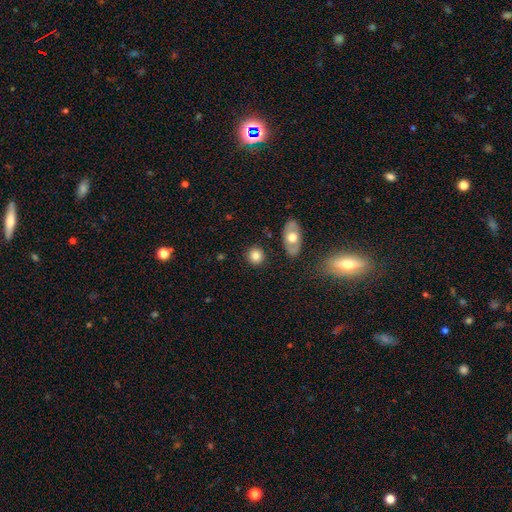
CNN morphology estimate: Smooth or featured?
  - smooth: 80% *
  - featured or disk: 11%
  - star or artifact: 9%
How rounded?
  - round: 84% *
  - in between: 14%
  - cigar-shaped: 1%
Merging?
  - none: 87% *
  - minor disturbance: 7%
  - merger: 3%
  - major disturbance: 2%